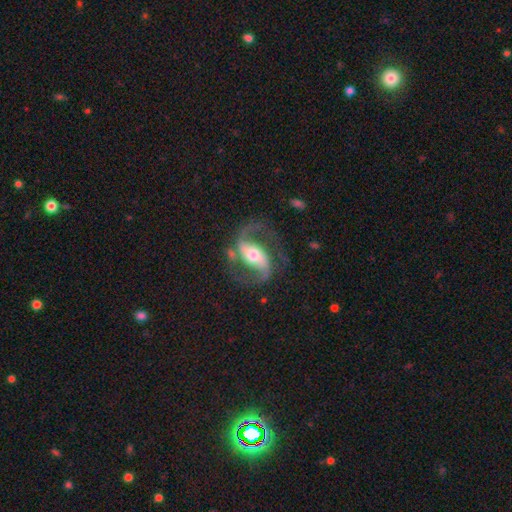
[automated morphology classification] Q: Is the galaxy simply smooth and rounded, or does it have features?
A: featured or disk — 90%.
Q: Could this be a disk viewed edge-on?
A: no — 97%.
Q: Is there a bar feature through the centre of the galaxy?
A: strong — 52%.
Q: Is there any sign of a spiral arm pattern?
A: yes — 97%.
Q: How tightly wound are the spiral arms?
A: medium — 53%.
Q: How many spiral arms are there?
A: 2 — 93%.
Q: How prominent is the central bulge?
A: moderate — 60%.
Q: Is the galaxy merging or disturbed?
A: none — 73%.